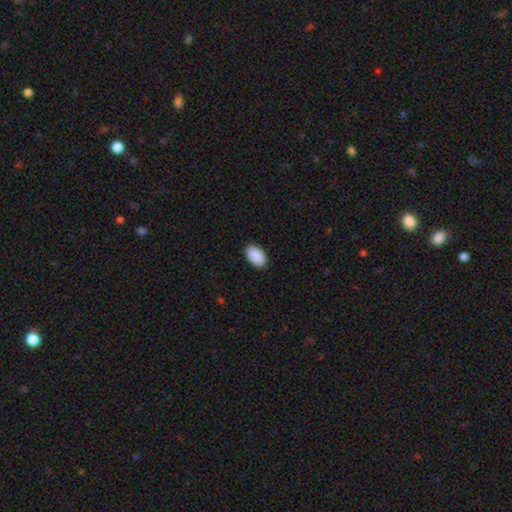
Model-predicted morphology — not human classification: Q: Smooth or featured?
A: smooth (91%); runner-up: star or artifact (6%)
Q: How rounded?
A: in between (94%); runner-up: round (4%)
Q: Merging?
A: none (89%); runner-up: minor disturbance (8%)